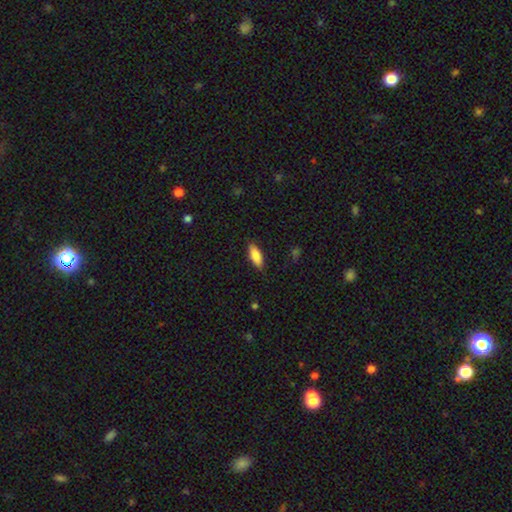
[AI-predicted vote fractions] This appears to be a smooth galaxy with no disk features (86%) that is in between round and cigar-shaped (71%). Merging: none (84%).